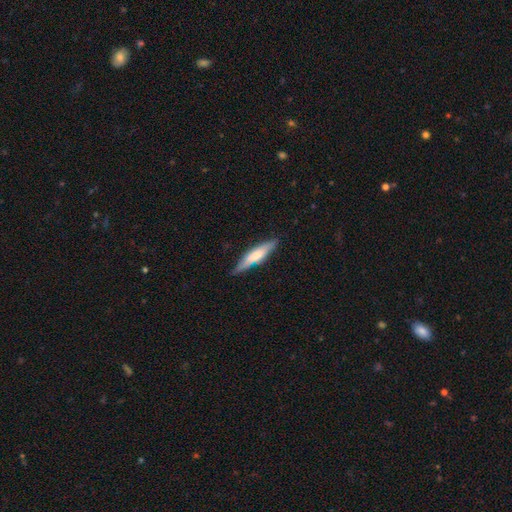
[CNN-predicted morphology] smooth_or_featured: smooth (p=0.55) [alt: featured or disk p=0.39]
how_rounded: cigar-shaped (p=0.82) [alt: in between p=0.16]
merging: none (p=0.81) [alt: minor disturbance p=0.15]